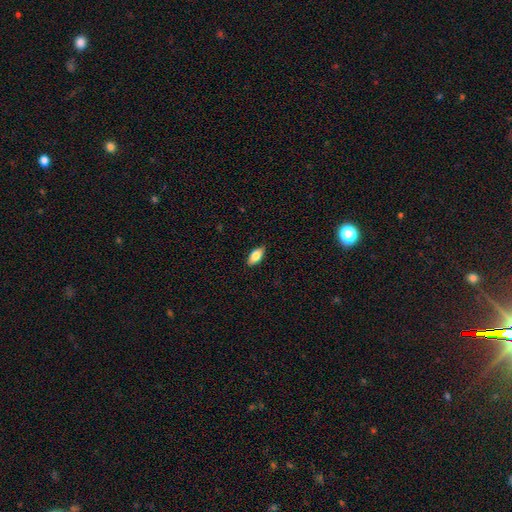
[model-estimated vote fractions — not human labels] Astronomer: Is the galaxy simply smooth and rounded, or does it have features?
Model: smooth — 80%.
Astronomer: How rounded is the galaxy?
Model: in between — 87%.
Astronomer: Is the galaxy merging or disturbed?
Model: none — 88%.